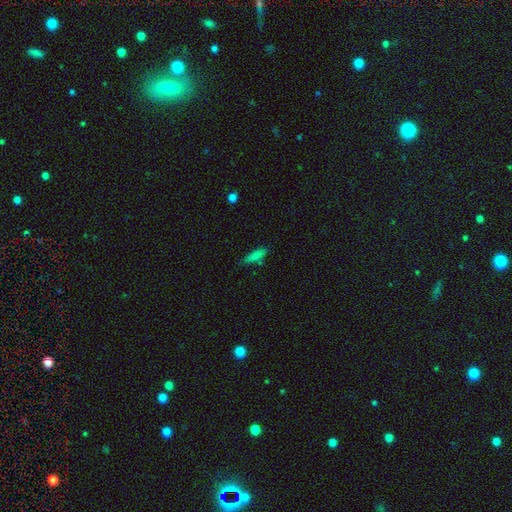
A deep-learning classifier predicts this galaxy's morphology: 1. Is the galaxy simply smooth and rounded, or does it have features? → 81% smooth, 10% star or artifact, 9% featured or disk.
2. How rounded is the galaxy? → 67% cigar-shaped, 31% in between, 2% round.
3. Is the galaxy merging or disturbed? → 76% none, 17% minor disturbance, 4% merger, 3% major disturbance.